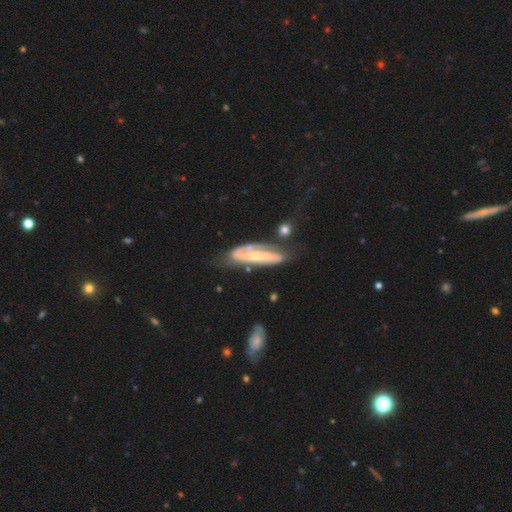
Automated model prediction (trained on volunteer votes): A featured or disk galaxy (77%) with no bar (47%), 2 (66%) tight (43%) spiral arms (89%) and a small central bulge (64%).

Vote fractions:
- Smooth or featured? featured or disk: 77% / smooth: 17% / star or artifact: 6%
- Edge-on disk? no: 81% / yes: 19%
- Bar? no: 47% / weak: 31% / strong: 23%
- Spiral arms? yes: 89% / no: 11%
- Spiral winding? tight: 43% / medium: 38% / loose: 19%
- Spiral arm count? 2: 66% / can't tell: 21% / 1: 7% / 3: 3% / 4: 1% / more than 4: 1%
- Bulge size? small: 64% / moderate: 31% / none: 3% / large: 2% / dominant: 1%
- Merging? none: 55% / minor disturbance: 24% / major disturbance: 14% / merger: 7%